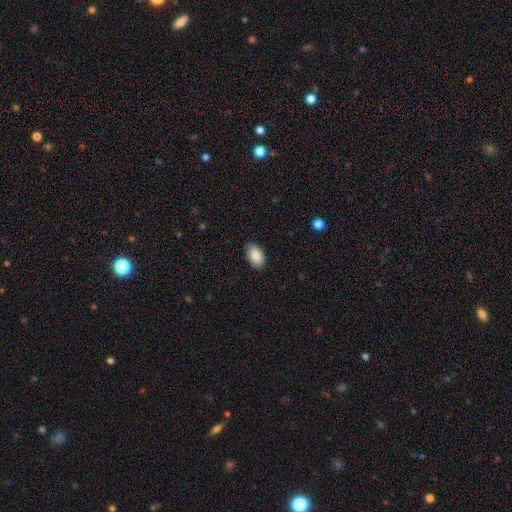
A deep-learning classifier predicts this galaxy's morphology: Smooth or featured? smooth (87%)
How rounded? in between (93%)
Merging? none (84%)